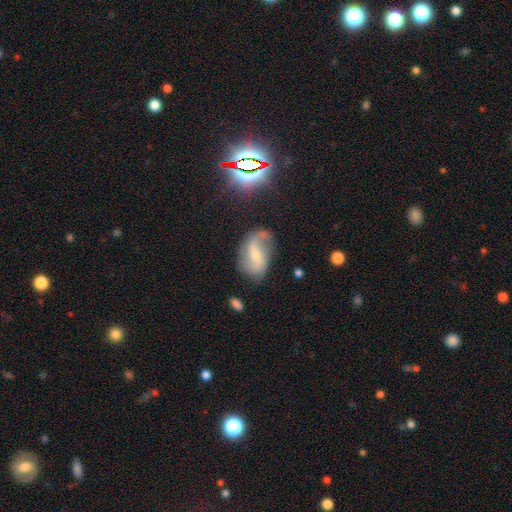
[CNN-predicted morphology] featured or disk 76%, smooth 13%, star or artifact 11%. Down the decision tree: edge-on disk — no (96%); bar — weak (46%); spiral arms — yes (93%); spiral arm count — 2 (79%); spiral winding — loose (64%); bulge size — small (57%); merging — none (63%).